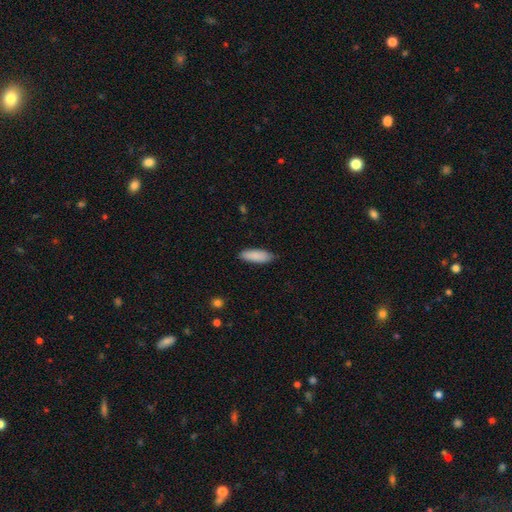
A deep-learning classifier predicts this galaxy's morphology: Smooth or featured? Predicted: smooth (p=0.89). How rounded? Predicted: in between (p=0.64). Merging? Predicted: none (p=0.82).